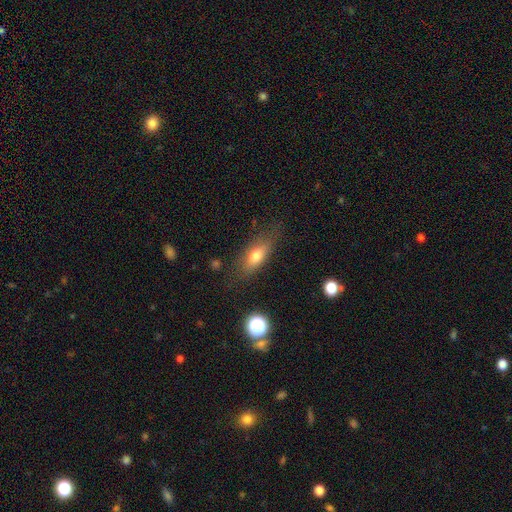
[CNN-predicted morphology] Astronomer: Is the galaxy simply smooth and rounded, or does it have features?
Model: smooth — 71%.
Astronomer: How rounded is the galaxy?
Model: in between — 72%.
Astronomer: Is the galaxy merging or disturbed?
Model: none — 72%.